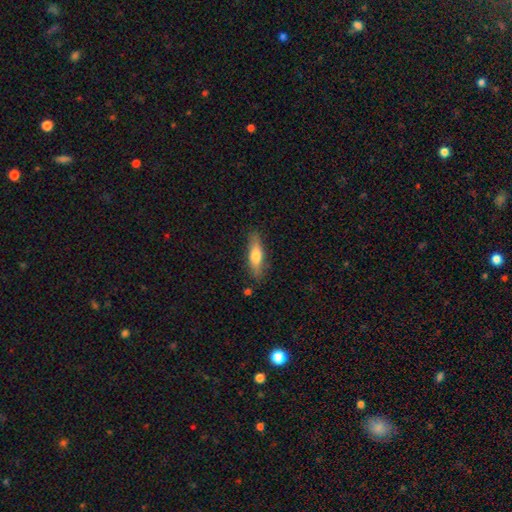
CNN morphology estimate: Q: Smooth or featured?
A: smooth (67%); runner-up: featured or disk (26%)
Q: How rounded?
A: cigar-shaped (58%); runner-up: in between (40%)
Q: Merging?
A: none (80%); runner-up: minor disturbance (15%)